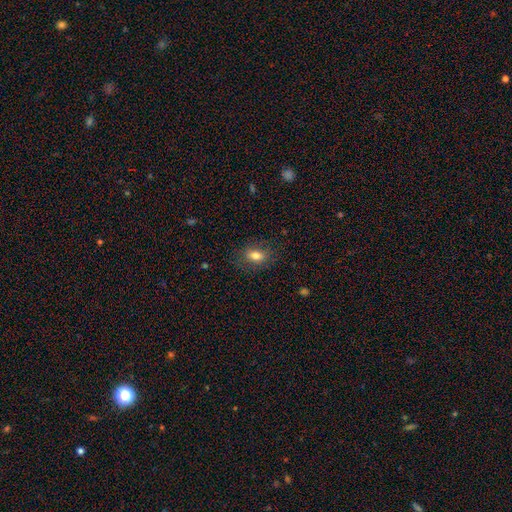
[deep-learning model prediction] Smooth or featured? Predicted: smooth (p=0.79). How rounded? Predicted: in between (p=0.77). Merging? Predicted: none (p=0.81).